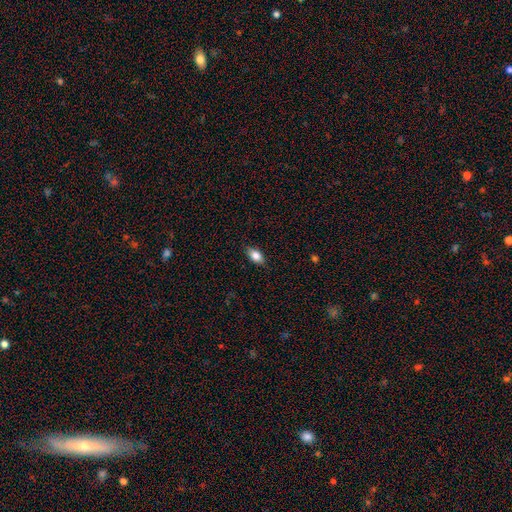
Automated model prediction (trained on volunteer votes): The model was most divided on "smooth or featured": smooth: 80%, featured or disk: 12%, star or artifact: 8%. More confident: how rounded — in between (86%); merging — none (84%).